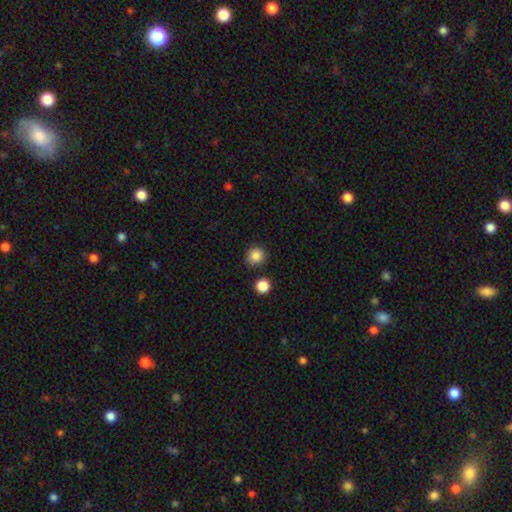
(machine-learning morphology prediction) Smooth or featured? smooth (86%)
How rounded? round (93%)
Merging? none (88%)